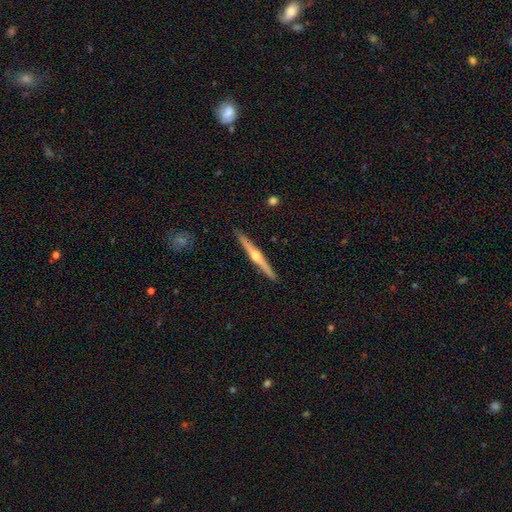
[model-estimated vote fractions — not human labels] Q: Smooth or featured?
A: featured or disk (81%); runner-up: smooth (14%)
Q: Edge-on disk?
A: yes (98%); runner-up: no (2%)
Q: Edge-on bulge?
A: rounded (93%); runner-up: none (4%)
Q: Merging?
A: none (92%); runner-up: minor disturbance (5%)